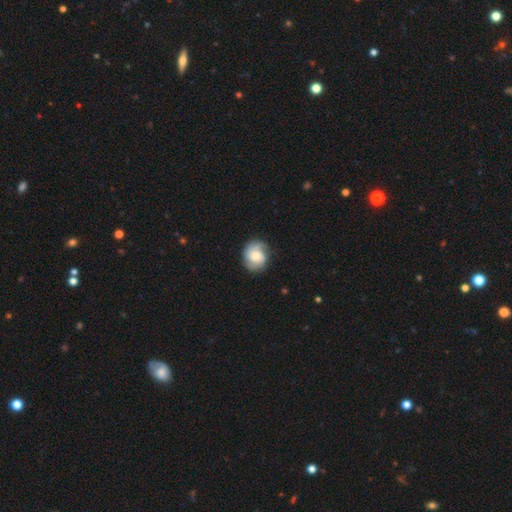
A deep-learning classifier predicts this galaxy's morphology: type=featured or disk (48%); merging=none (72%).